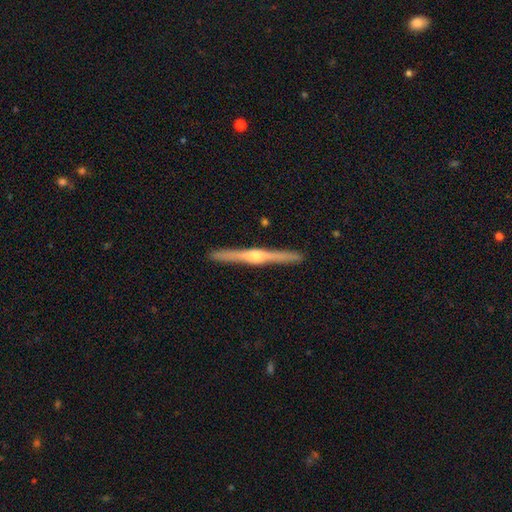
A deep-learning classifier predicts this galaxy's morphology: smooth-or-featured: featured or disk: 82% | smooth: 13% | star or artifact: 5%
  disk-edge-on: yes: 98% | no: 2%
    edge-on-bulge: rounded: 90% | none: 7% | boxy: 3%
  merging: none: 93% | minor disturbance: 5% | major disturbance: 1% | merger: 1%